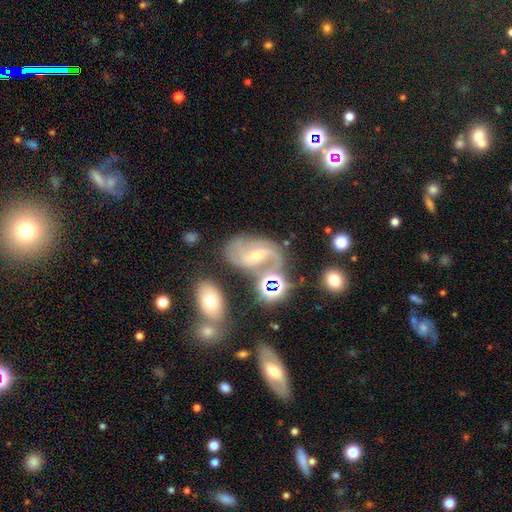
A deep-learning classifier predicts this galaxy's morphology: featured or disk 79%, star or artifact 11%, smooth 10%. Down the decision tree: edge-on disk — no (96%); bar — weak (44%); spiral arms — yes (93%); spiral arm count — 2 (64%); spiral winding — medium (46%); bulge size — small (53%); merging — none (52%).